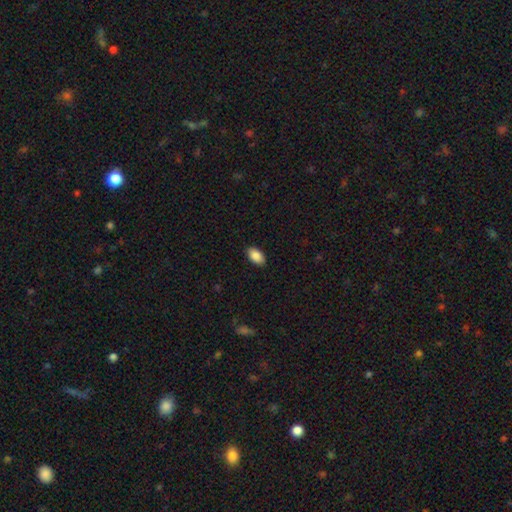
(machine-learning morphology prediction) The model was most divided on "merging": none: 88%, minor disturbance: 9%, major disturbance: 2%, merger: 1%. More confident: how rounded — in between (94%); smooth or featured — smooth (88%).